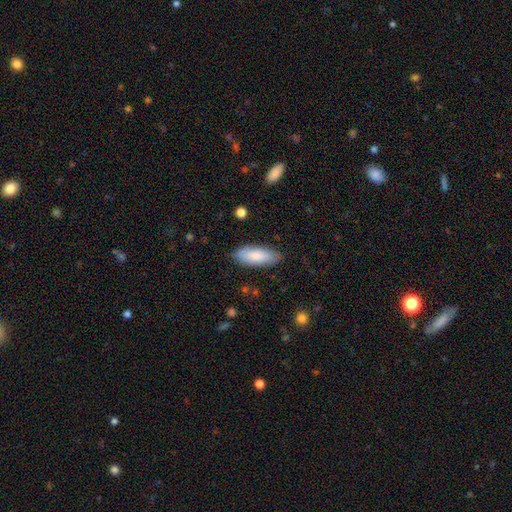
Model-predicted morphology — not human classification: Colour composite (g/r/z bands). It shows a smooth galaxy with no disk features (83%) that is in between round and cigar-shaped (76%). Merging: none (83%).